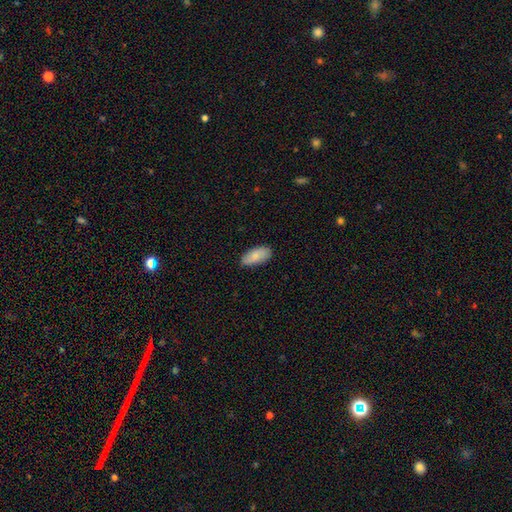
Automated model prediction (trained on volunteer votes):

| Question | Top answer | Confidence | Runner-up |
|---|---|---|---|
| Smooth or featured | smooth | 84% | featured or disk (10%) |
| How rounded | in between | 91% | cigar-shaped (7%) |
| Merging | none | 82% | minor disturbance (15%) |